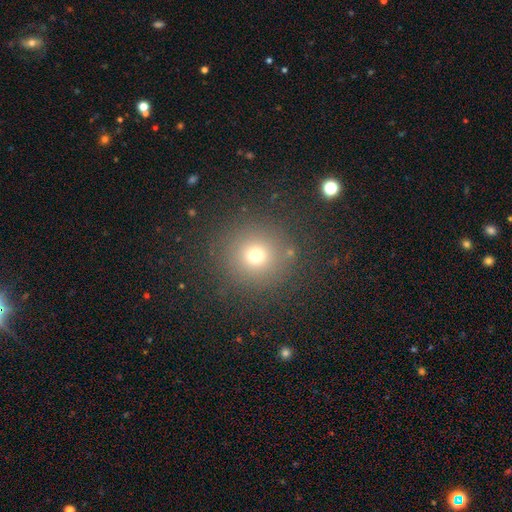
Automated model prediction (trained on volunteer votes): A smooth galaxy with no disk features (70%) that is round (94%). Merging: none (86%).